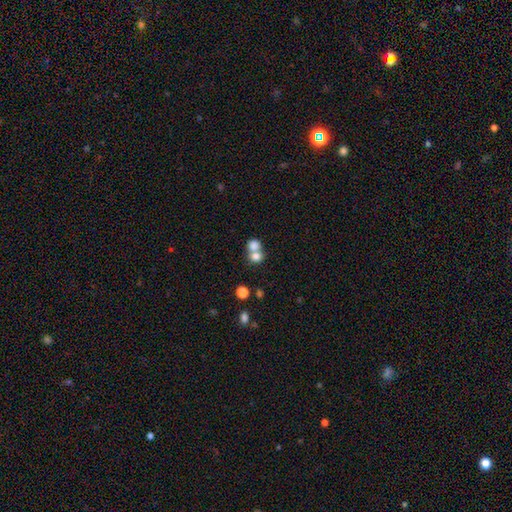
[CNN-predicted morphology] Overall: smooth (77%). How rounded: round (74%). Merging: merger (60%; none 32%).